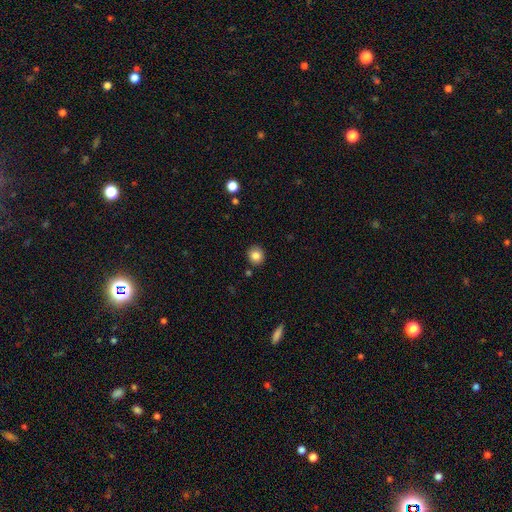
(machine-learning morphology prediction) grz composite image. It shows a smooth galaxy with no disk features (84%) that is round (88%). Merging: none (89%).